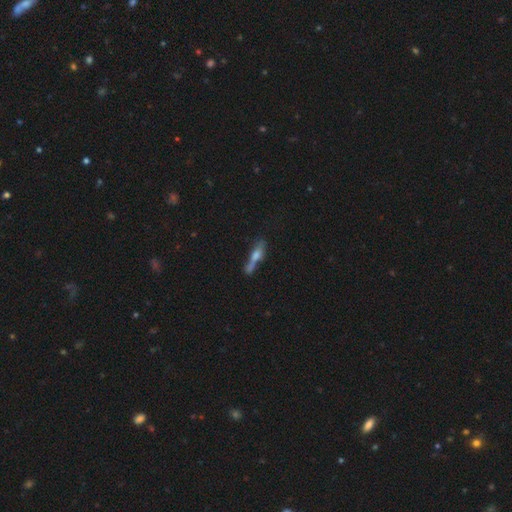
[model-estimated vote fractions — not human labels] smooth-or-featured: featured or disk: 48% | smooth: 42% | star or artifact: 11%
  merging: none: 47% | merger: 22% | minor disturbance: 20% | major disturbance: 12%